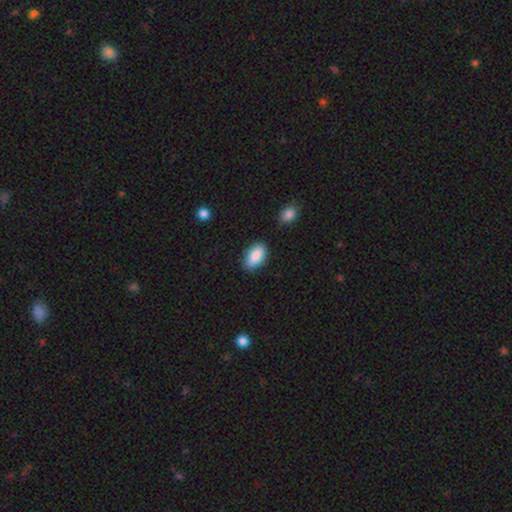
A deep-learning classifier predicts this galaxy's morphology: Smooth or featured: smooth — 89% (star or artifact — 6%)
How rounded: in between — 94% (round — 4%)
Merging: none — 83% (minor disturbance — 12%)